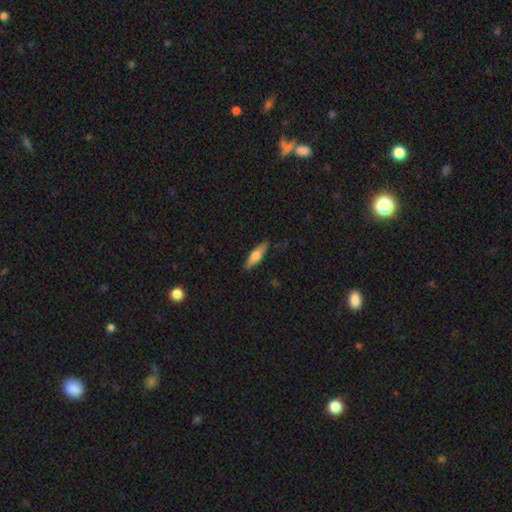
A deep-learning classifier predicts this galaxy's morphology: smooth-or-featured: smooth: 64% | featured or disk: 30% | star or artifact: 6%
  how-rounded: cigar-shaped: 60% | in between: 38% | round: 2%
  merging: none: 85% | minor disturbance: 11% | major disturbance: 2% | merger: 1%